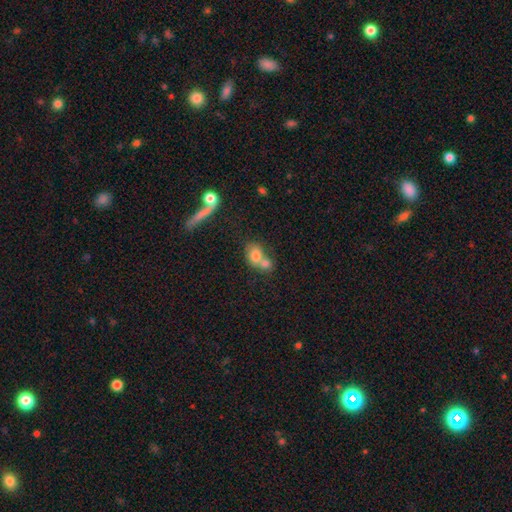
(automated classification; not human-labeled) Smooth or featured?
  - smooth: 73% *
  - featured or disk: 17%
  - star or artifact: 10%
How rounded?
  - in between: 50% *
  - round: 46%
  - cigar-shaped: 3%
Merging?
  - merger: 57% *
  - none: 30%
  - minor disturbance: 8%
  - major disturbance: 5%